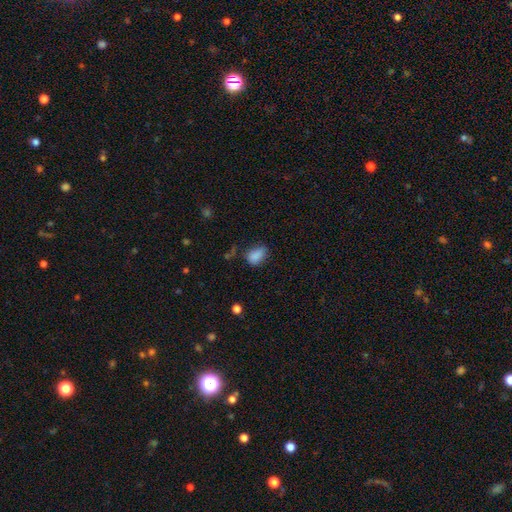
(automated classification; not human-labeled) smooth 84%, star or artifact 10%, featured or disk 6%. Down the decision tree: how rounded — in between (81%); merging — none (56%).